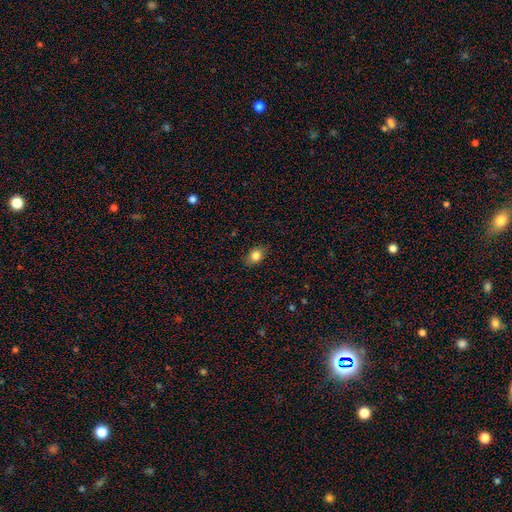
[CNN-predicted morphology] A smooth galaxy with no disk features (83%) that is in between round and cigar-shaped (62%). Merging: none (84%).